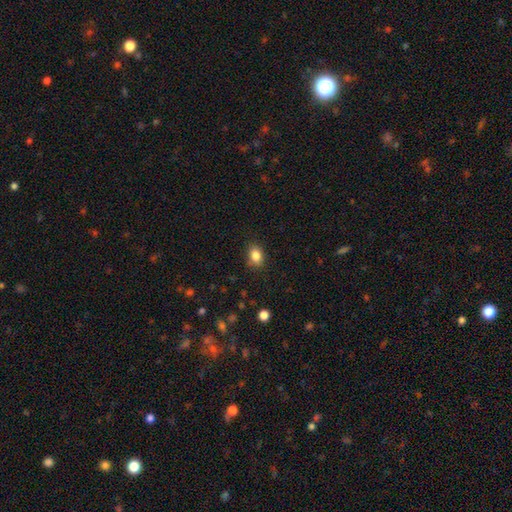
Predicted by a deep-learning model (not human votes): Smooth or featured? Predicted: smooth (p=0.85). How rounded? Predicted: in between (p=0.71). Merging? Predicted: none (p=0.85).